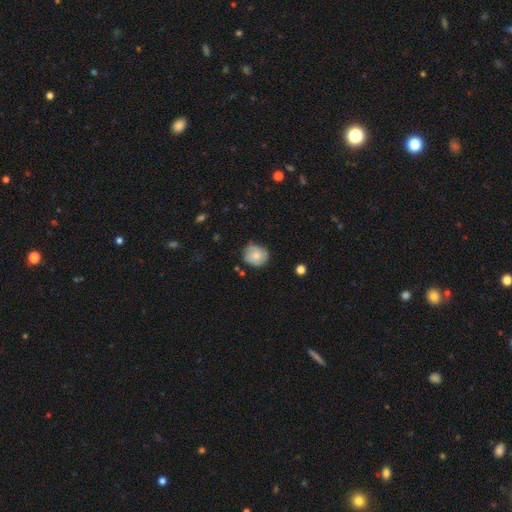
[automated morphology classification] smooth 65%, featured or disk 27%, star or artifact 7%. Down the decision tree: how rounded — round (75%); merging — none (66%).